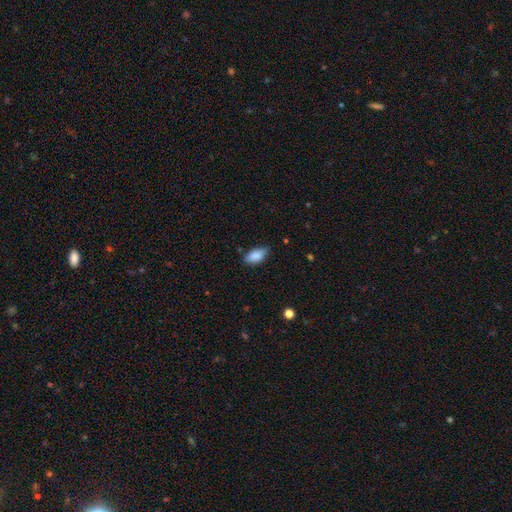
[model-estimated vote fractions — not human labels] Morphology: type=smooth (86%); roundness=in between (90%); merging=none (70%).